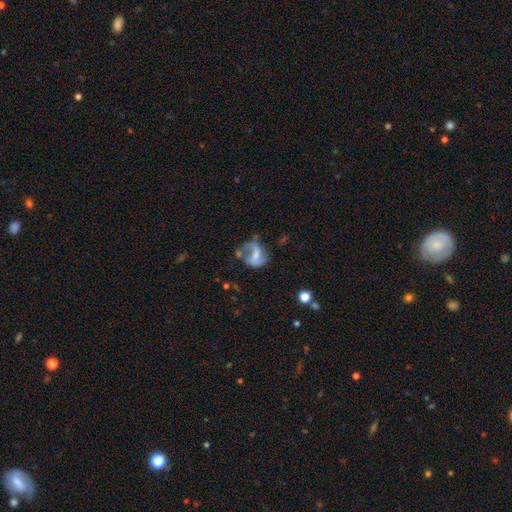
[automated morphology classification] Overall: featured or disk (63%; smooth 28%). Edge-on disk: no (97%). Bar: weak (43%; no 39%). Spiral arms: yes (74%). Bulge size: small (35%; moderate 31%). Merging: major disturbance (34%, tied with none).